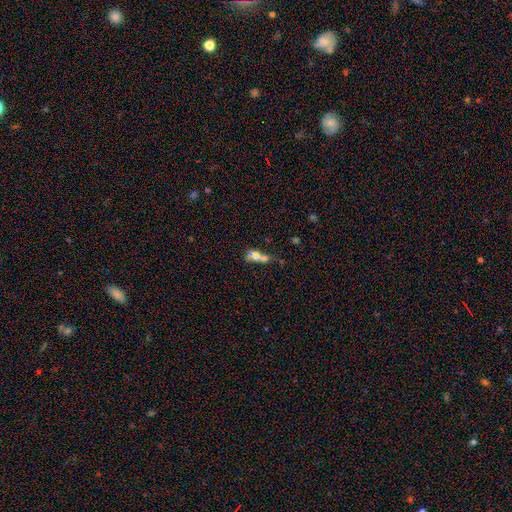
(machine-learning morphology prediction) This appears to be a smooth galaxy with no disk features (60%) that is in between round and cigar-shaped (58%). Merging: merger (64%).